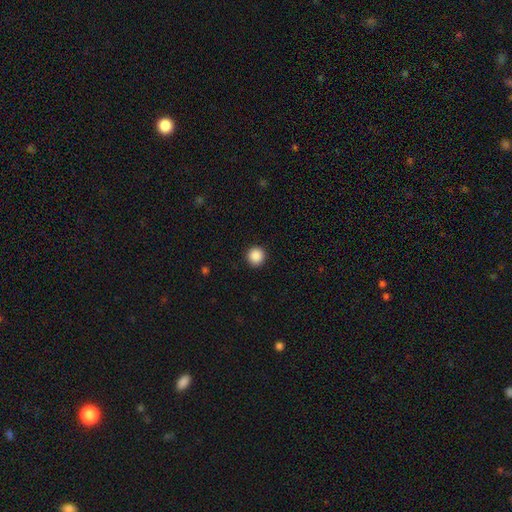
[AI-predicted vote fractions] This is clearly a smooth galaxy (88%). How rounded: clearly round (95%). Merging: clearly none (93%).